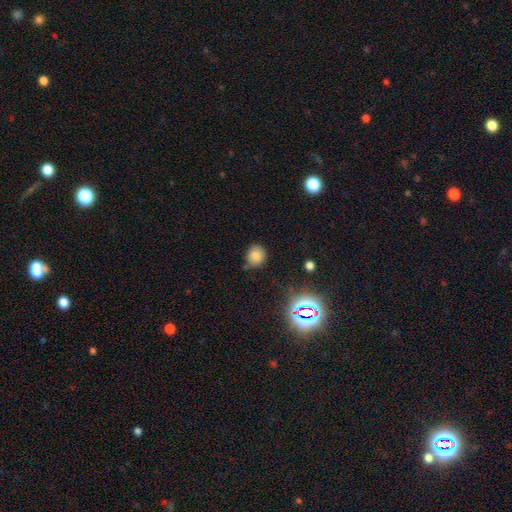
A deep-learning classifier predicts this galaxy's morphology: Smooth or featured? smooth (78%)
How rounded? round (75%)
Merging? none (78%)